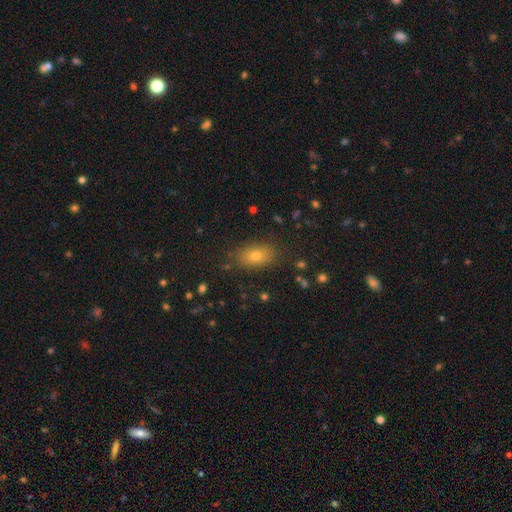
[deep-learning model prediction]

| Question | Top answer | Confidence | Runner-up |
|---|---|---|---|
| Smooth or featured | smooth | 73% | star or artifact (14%) |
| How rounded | in between | 83% | round (12%) |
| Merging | none | 85% | minor disturbance (11%) |